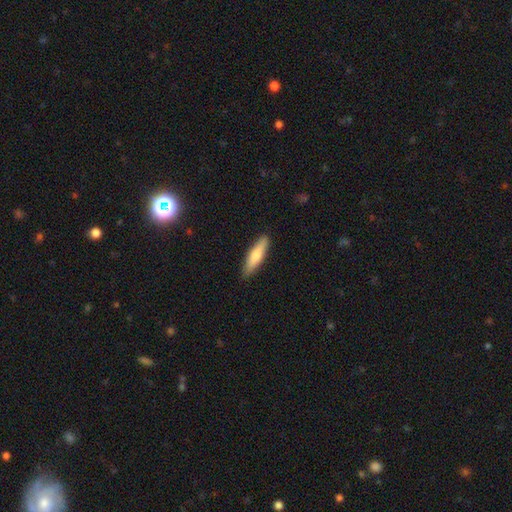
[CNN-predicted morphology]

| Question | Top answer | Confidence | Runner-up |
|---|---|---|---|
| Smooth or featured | smooth | 71% | featured or disk (24%) |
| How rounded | cigar-shaped | 71% | in between (27%) |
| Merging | none | 88% | minor disturbance (9%) |